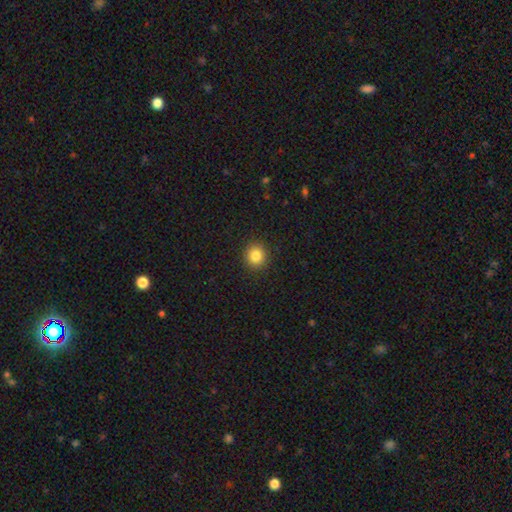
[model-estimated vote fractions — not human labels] Morphology: type=smooth (84%); roundness=round (86%); merging=none (91%).